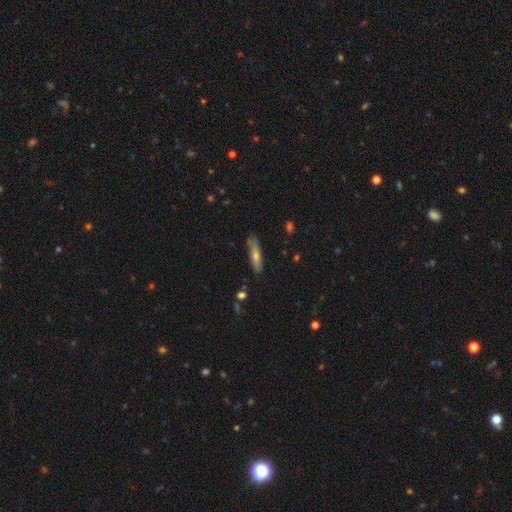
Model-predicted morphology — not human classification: Smooth or featured? smooth (55%)
How rounded? cigar-shaped (79%)
Merging? none (81%)